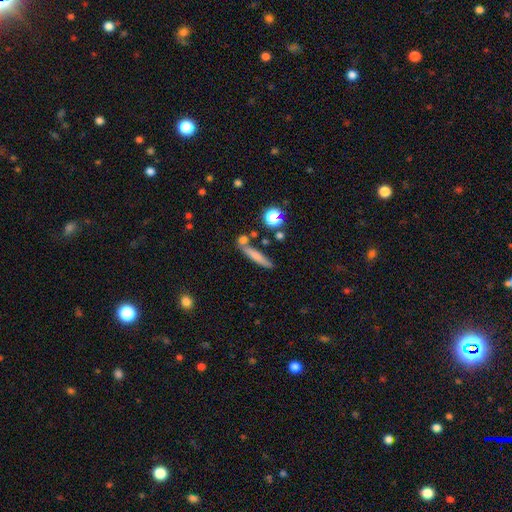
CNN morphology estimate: This is likely a smooth galaxy (68%). How rounded: clearly cigar-shaped (86%). Merging: likely none (69%).